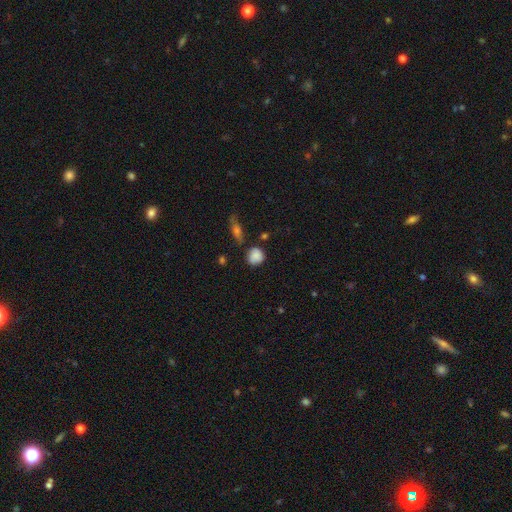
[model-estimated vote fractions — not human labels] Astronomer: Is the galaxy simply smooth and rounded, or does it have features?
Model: smooth — 84%.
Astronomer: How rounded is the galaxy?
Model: round — 83%.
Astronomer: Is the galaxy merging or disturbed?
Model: none — 69%.